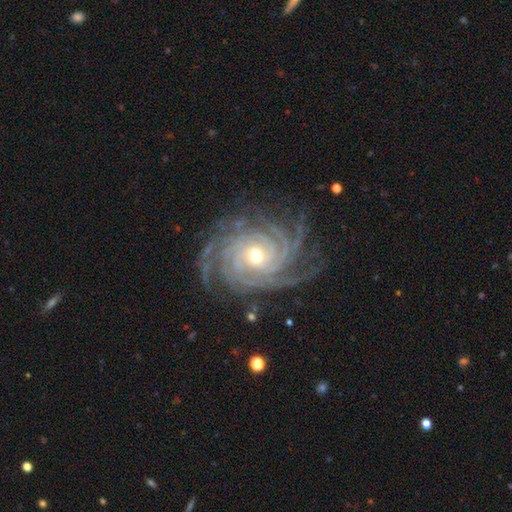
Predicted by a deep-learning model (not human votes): Smooth or featured? featured or disk (93%)
Edge-on disk? no (97%)
Bar? no (66%)
Spiral arms? yes (99%)
Spiral winding? tight (80%)
Spiral arm count? more than 4 (38%)
Bulge size? small (49%)
Merging? none (78%)